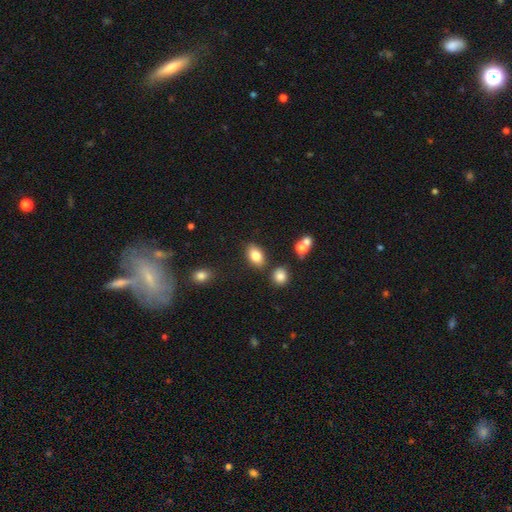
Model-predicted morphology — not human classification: Overall: smooth (81%). How rounded: in between (86%). Merging: none (79%).